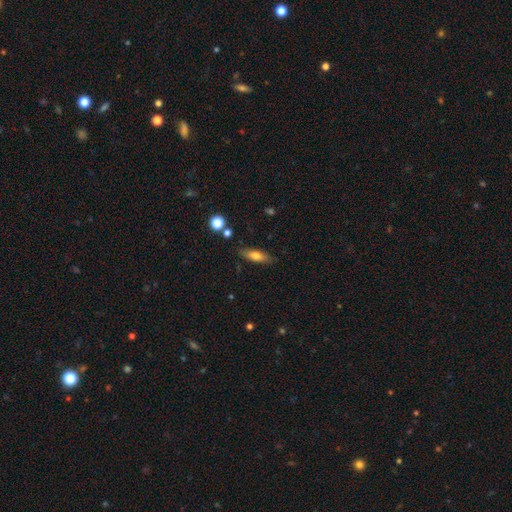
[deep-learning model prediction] Smooth or featured: smooth — 67% (featured or disk — 25%)
How rounded: cigar-shaped — 49% (in between — 48%)
Merging: none — 83% (minor disturbance — 12%)